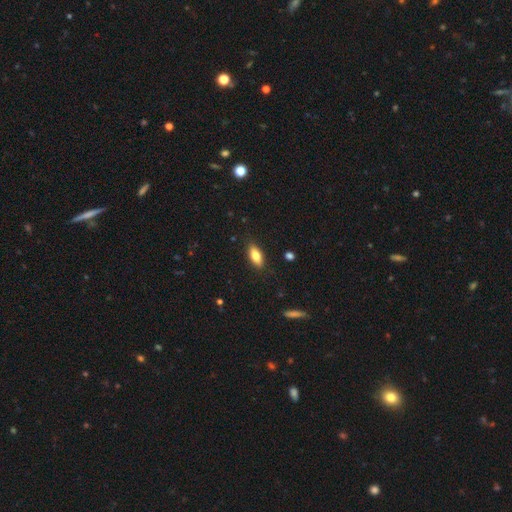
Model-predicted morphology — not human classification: Q: Smooth or featured?
A: smooth (77%); runner-up: featured or disk (16%)
Q: How rounded?
A: in between (82%); runner-up: cigar-shaped (15%)
Q: Merging?
A: none (86%); runner-up: minor disturbance (10%)